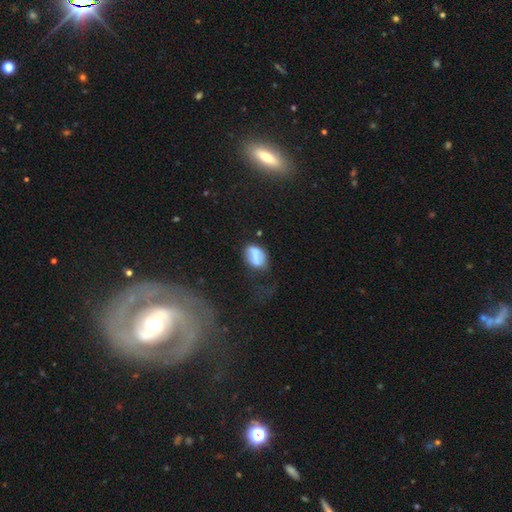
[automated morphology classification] Smooth or featured?
  - smooth: 58% *
  - featured or disk: 32%
  - star or artifact: 11%
How rounded?
  - in between: 79% *
  - round: 19%
  - cigar-shaped: 2%
Merging?
  - none: 45% *
  - minor disturbance: 26%
  - major disturbance: 17%
  - merger: 13%